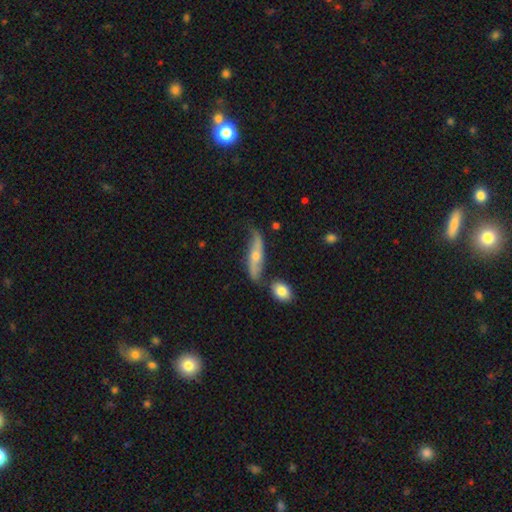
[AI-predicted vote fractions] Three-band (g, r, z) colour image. It shows a featured or disk galaxy (67%). Merging: none (57%).